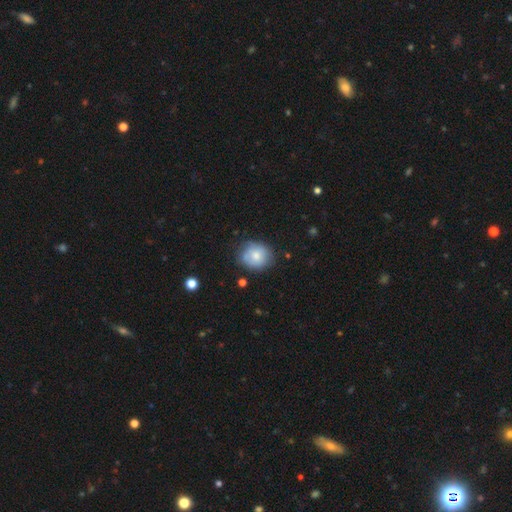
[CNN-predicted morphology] A smooth galaxy with no disk features (72%) that is round (72%). Merging: none (69%).